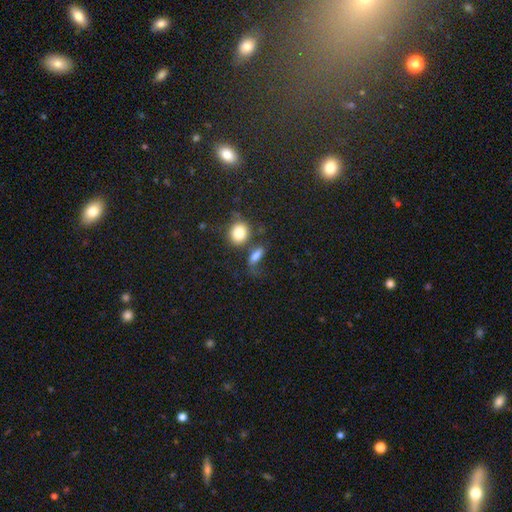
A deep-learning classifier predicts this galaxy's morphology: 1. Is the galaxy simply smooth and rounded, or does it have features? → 74% smooth, 14% featured or disk, 12% star or artifact.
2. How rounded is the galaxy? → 68% in between, 20% round, 12% cigar-shaped.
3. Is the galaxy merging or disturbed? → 40% none, 23% merger, 19% major disturbance, 19% minor disturbance.